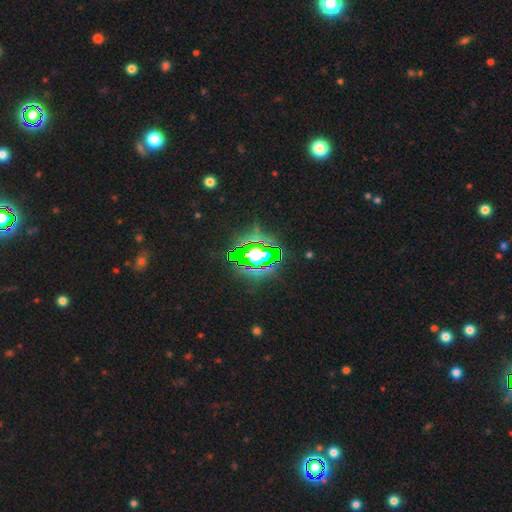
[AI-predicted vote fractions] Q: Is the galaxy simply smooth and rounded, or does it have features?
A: star or artifact — 83%.